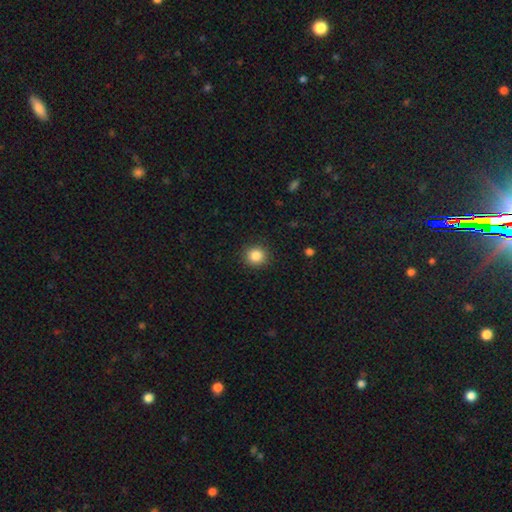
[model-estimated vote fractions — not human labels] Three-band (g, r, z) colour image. It shows a smooth galaxy with no disk features (86%) that is round (91%). Merging: none (91%).